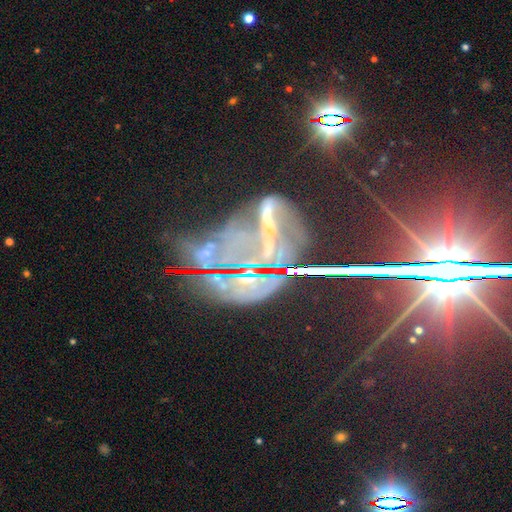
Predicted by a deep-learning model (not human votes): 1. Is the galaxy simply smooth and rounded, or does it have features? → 47% featured or disk, 43% star or artifact, 10% smooth.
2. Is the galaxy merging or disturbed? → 33% major disturbance, 31% none, 21% merger, 16% minor disturbance.